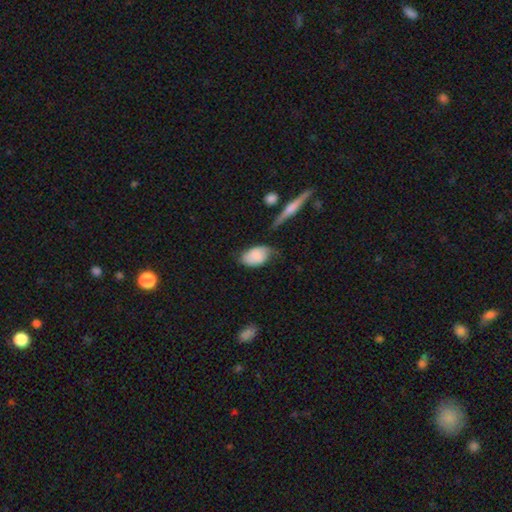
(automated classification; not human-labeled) smooth-or-featured: smooth: 80% | featured or disk: 12% | star or artifact: 7%
  how-rounded: in between: 89% | round: 9% | cigar-shaped: 2%
  merging: none: 54% | minor disturbance: 32% | major disturbance: 9% | merger: 5%